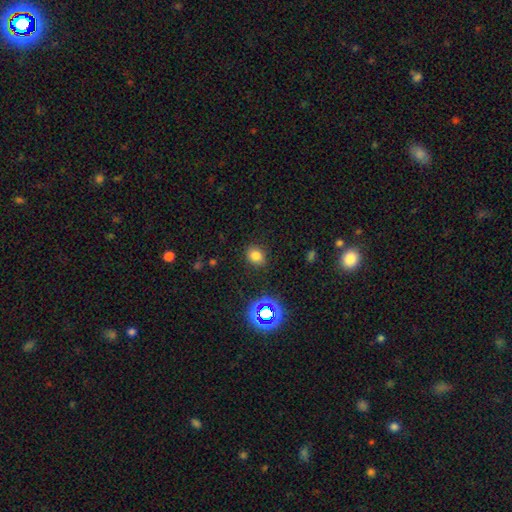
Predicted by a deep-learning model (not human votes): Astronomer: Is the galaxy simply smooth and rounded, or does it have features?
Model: smooth — 75%.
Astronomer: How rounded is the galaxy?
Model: round — 52% (runner-up: in between, 47%).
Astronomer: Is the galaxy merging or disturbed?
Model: none — 87%.